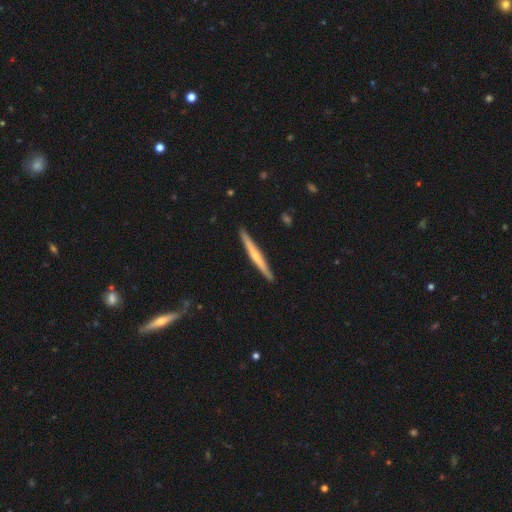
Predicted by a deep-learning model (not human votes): Morphology: type=featured or disk (55%); edge-on=yes (97%); edge-on bulge=rounded (52%); merging=none (91%).